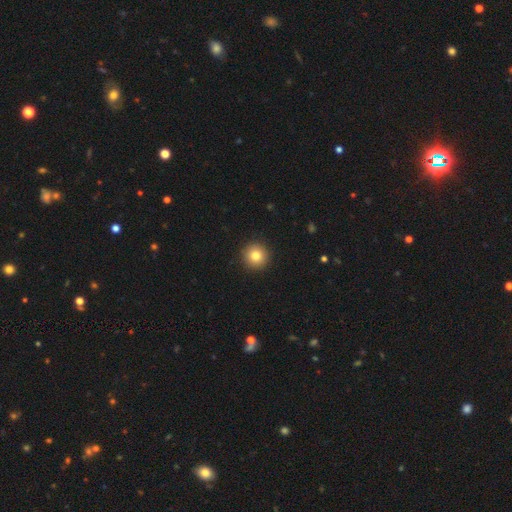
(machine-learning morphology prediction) smooth 81%, star or artifact 11%, featured or disk 8%. Down the decision tree: how rounded — round (95%); merging — none (93%).